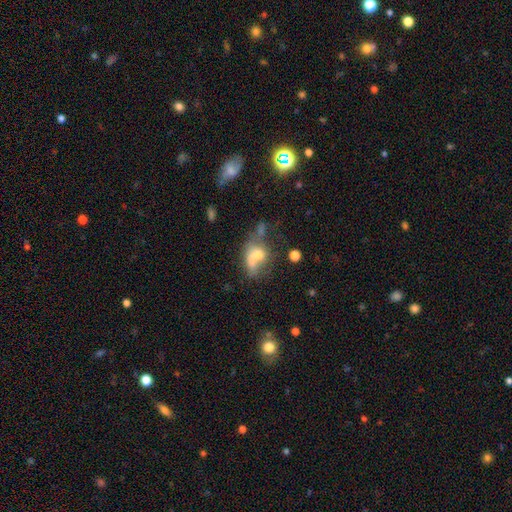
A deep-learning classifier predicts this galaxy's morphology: Smooth or featured: smooth — 58% (featured or disk — 29%)
How rounded: in between — 63% (round — 33%)
Merging: merger — 34% (major disturbance — 25%)